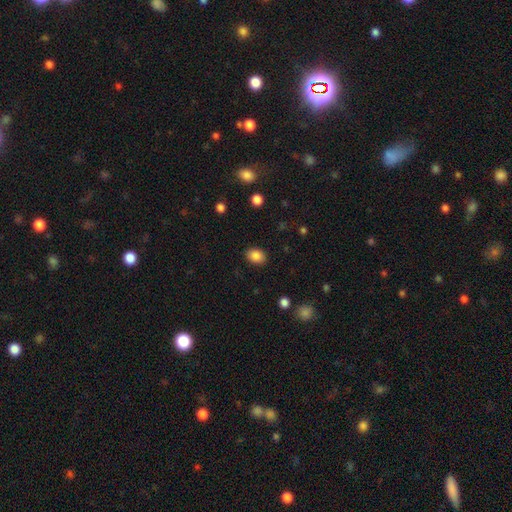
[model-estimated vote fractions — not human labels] Smooth or featured?
  - smooth: 86% *
  - star or artifact: 9%
  - featured or disk: 5%
How rounded?
  - in between: 69% *
  - round: 30%
  - cigar-shaped: 1%
Merging?
  - none: 87% *
  - minor disturbance: 9%
  - major disturbance: 3%
  - merger: 1%